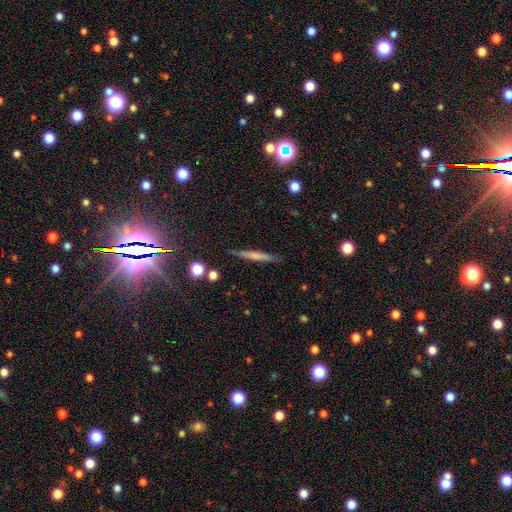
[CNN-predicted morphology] Smooth or featured? smooth (56%)
How rounded? cigar-shaped (94%)
Merging? none (86%)